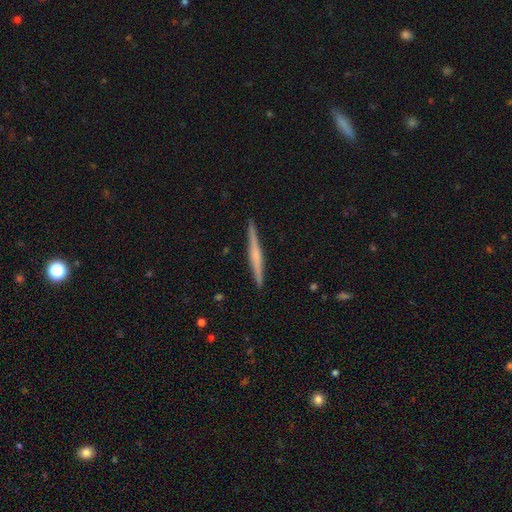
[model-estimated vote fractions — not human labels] featured or disk 62%, smooth 33%, star or artifact 5%. Down the decision tree: edge-on disk — yes (98%); edge-on bulge — rounded (42%, tied with none); merging — none (92%).